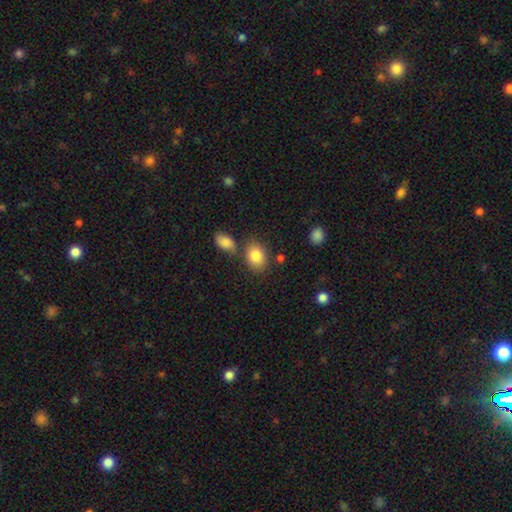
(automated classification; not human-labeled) smooth_or_featured: smooth (p=0.84) [alt: star or artifact p=0.08]
how_rounded: in between (p=0.70) [alt: round p=0.29]
merging: none (p=0.68) [alt: merger p=0.14]